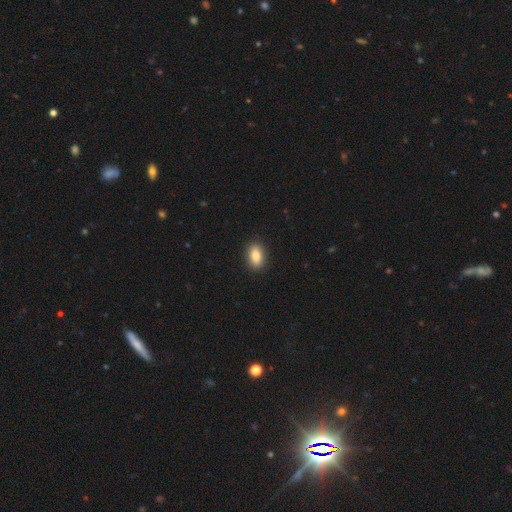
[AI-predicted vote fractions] The model was most divided on "smooth or featured": smooth: 86%, star or artifact: 8%, featured or disk: 6%. More confident: merging — none (90%); how rounded — in between (90%).